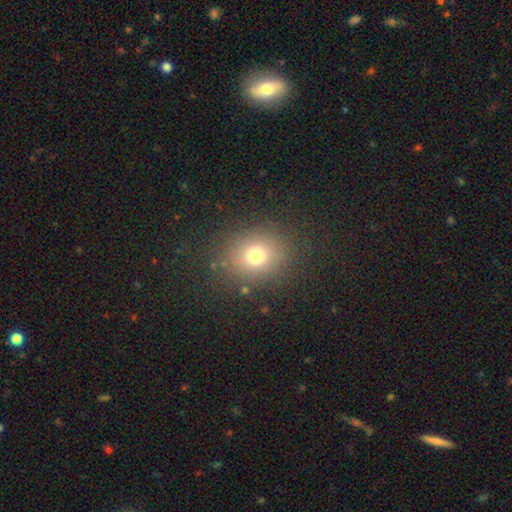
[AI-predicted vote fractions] Smooth or featured? Predicted: smooth (p=0.72). How rounded? Predicted: round (p=0.69). Merging? Predicted: none (p=0.84).